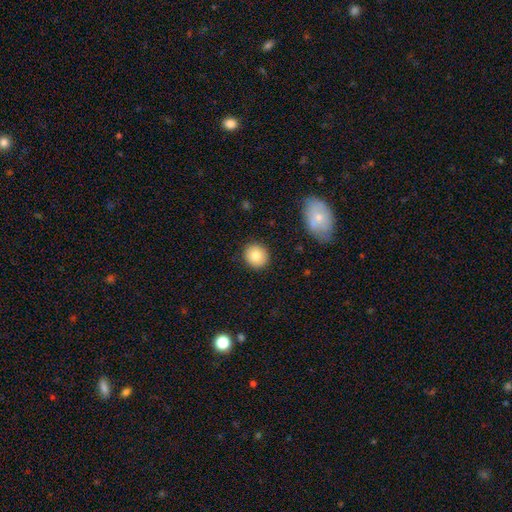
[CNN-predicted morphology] This is clearly a smooth galaxy (81%). How rounded: clearly round (84%). Merging: clearly none (89%).